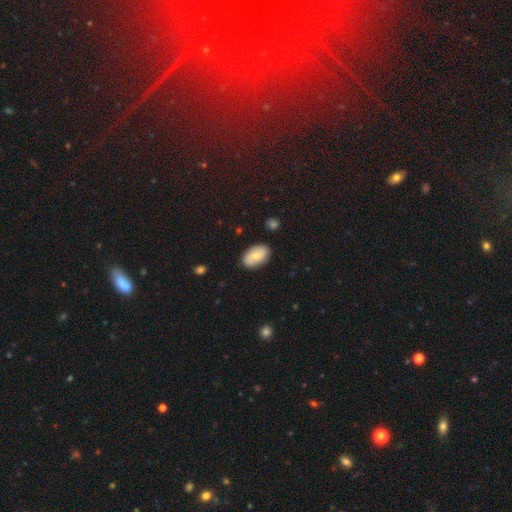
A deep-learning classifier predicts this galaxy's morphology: A smooth galaxy with no disk features (65%) that is in between round and cigar-shaped (91%).

Vote fractions:
- Smooth or featured? smooth: 65% / featured or disk: 29% / star or artifact: 7%
- How rounded? in between: 91% / round: 7% / cigar-shaped: 2%
- Merging? none: 84% / minor disturbance: 12% / major disturbance: 3% / merger: 2%